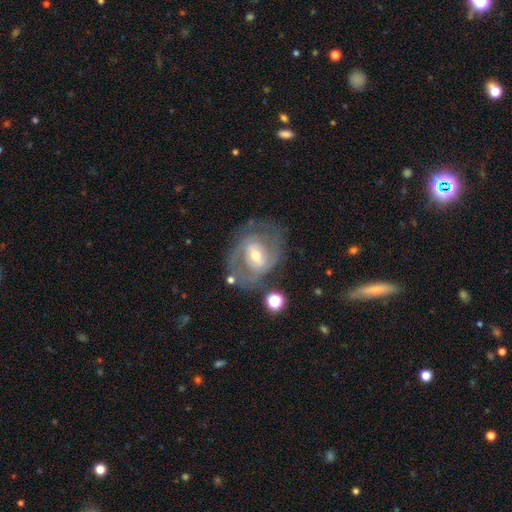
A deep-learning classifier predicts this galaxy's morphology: Smooth or featured? featured or disk (78%)
Edge-on disk? no (96%)
Bar? weak (44%)
Spiral arms? yes (76%)
Spiral winding? tight (43%)
Spiral arm count? 2 (59%)
Bulge size? moderate (60%)
Merging? none (62%)